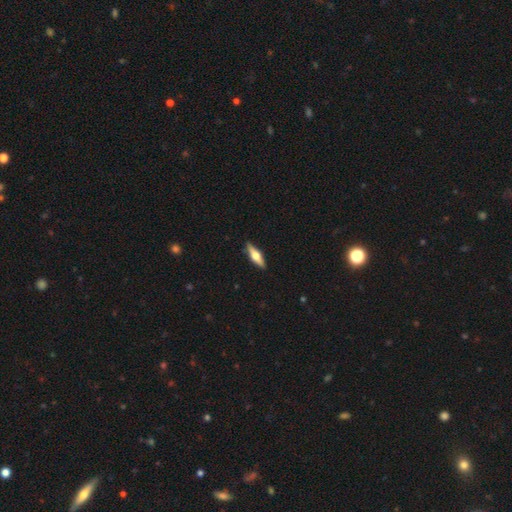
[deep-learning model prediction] Morphology: type=featured or disk (53%); edge-on=yes (94%); merging=none (90%).